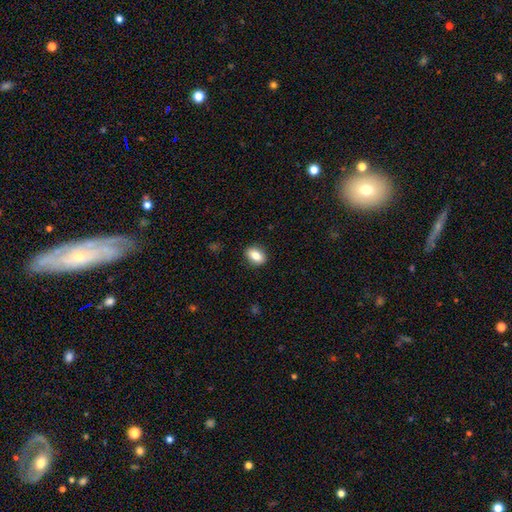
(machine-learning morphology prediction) type=smooth (83%); roundness=in between (78%); merging=none (89%).